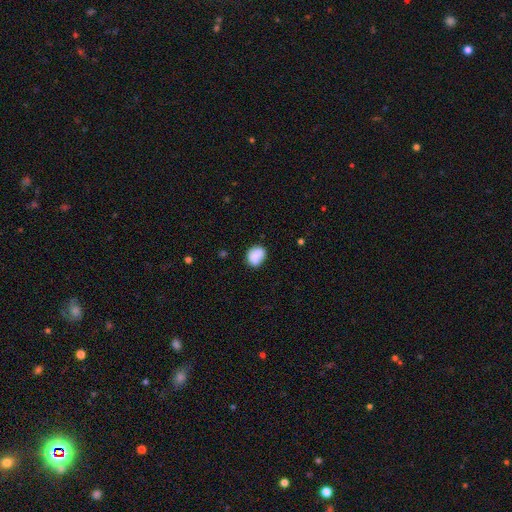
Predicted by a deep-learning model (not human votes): This appears to be a smooth galaxy with no disk features (85%) that is round (57%). Merging: none (70%).